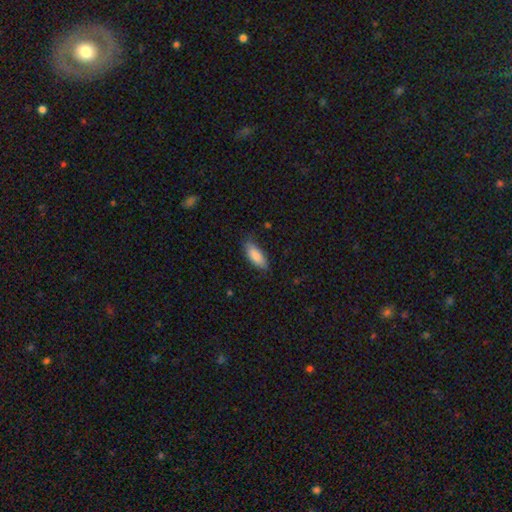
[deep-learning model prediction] A smooth galaxy with no disk features (86%) that is in between round and cigar-shaped (78%). Merging: none (75%).